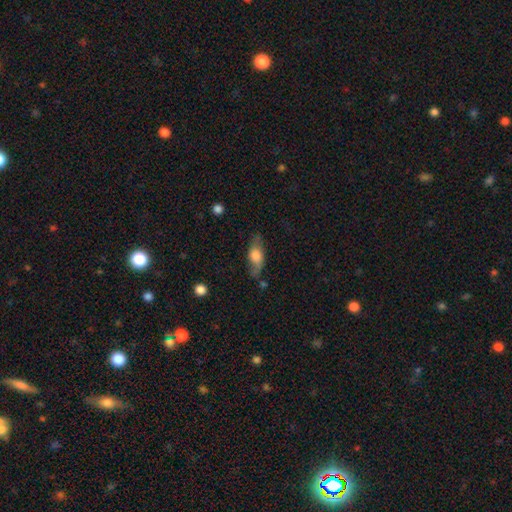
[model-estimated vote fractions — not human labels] The model was most divided on "smooth or featured": smooth: 58%, featured or disk: 35%, star or artifact: 7%. More confident: how rounded — in between (72%); merging — none (68%).